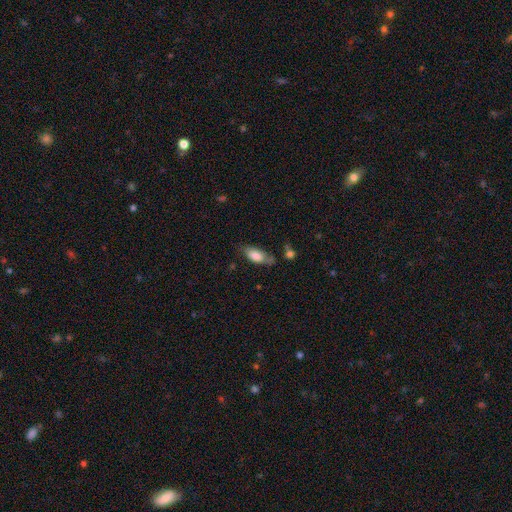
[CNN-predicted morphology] smooth_or_featured: smooth (p=0.77) [alt: featured or disk p=0.16]
how_rounded: in between (p=0.82) [alt: cigar-shaped p=0.15]
merging: none (p=0.55) [alt: minor disturbance p=0.28]